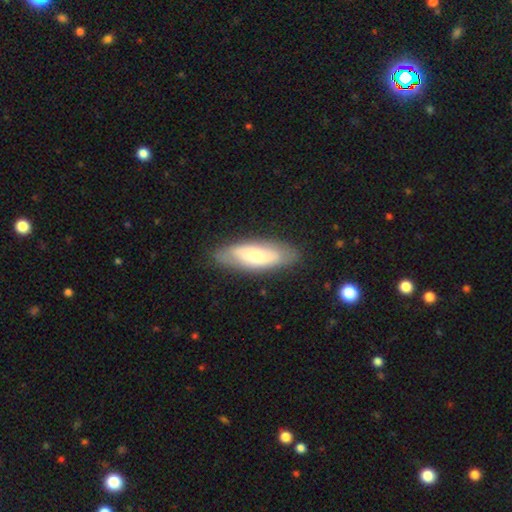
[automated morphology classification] The model was most divided on "smooth or featured": smooth: 57%, featured or disk: 37%, star or artifact: 6%. More confident: merging — none (81%); how rounded — in between (63%).